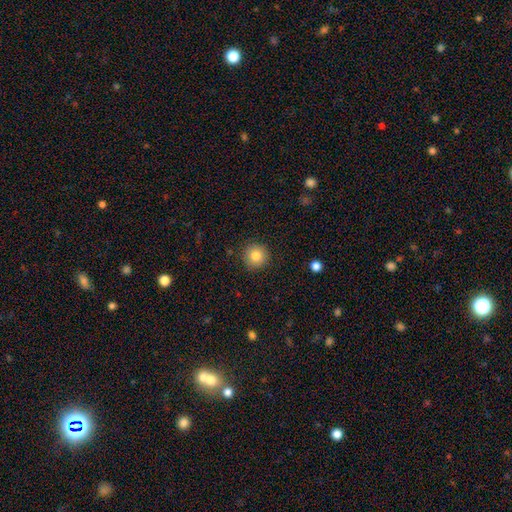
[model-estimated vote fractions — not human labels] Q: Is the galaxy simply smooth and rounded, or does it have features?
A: smooth — 83%.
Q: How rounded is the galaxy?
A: round — 95%.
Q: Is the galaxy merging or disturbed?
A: none — 90%.